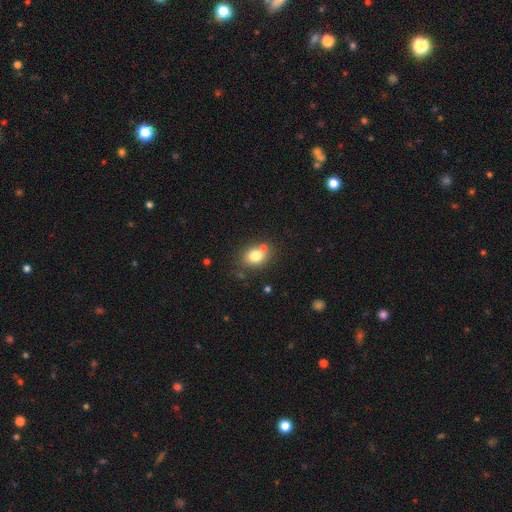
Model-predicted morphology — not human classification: Q: Smooth or featured?
A: smooth (77%); runner-up: featured or disk (12%)
Q: How rounded?
A: in between (51%); runner-up: round (48%)
Q: Merging?
A: none (66%); runner-up: merger (17%)